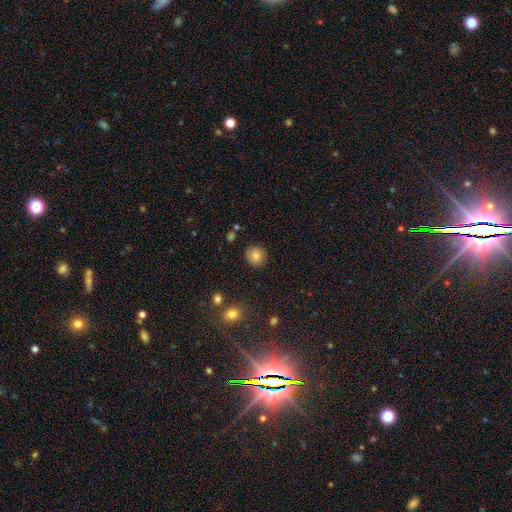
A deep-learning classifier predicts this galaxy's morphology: This appears to be a smooth galaxy with no disk features (84%) that is round (86%). Merging: none (88%).